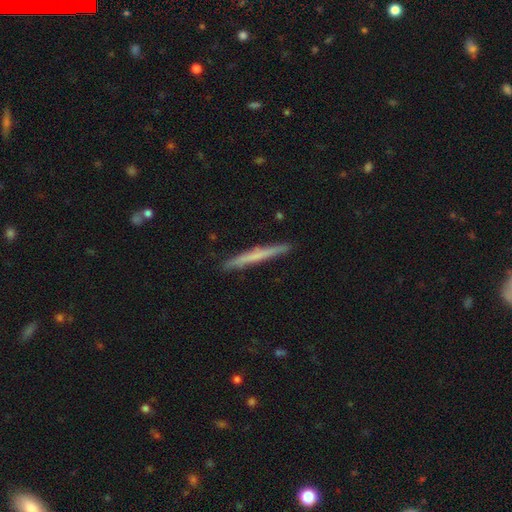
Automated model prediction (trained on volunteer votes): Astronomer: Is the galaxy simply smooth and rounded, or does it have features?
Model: smooth — 53% (runner-up: featured or disk, 41%).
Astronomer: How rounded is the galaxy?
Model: cigar-shaped — 97%.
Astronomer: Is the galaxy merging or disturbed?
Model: none — 91%.